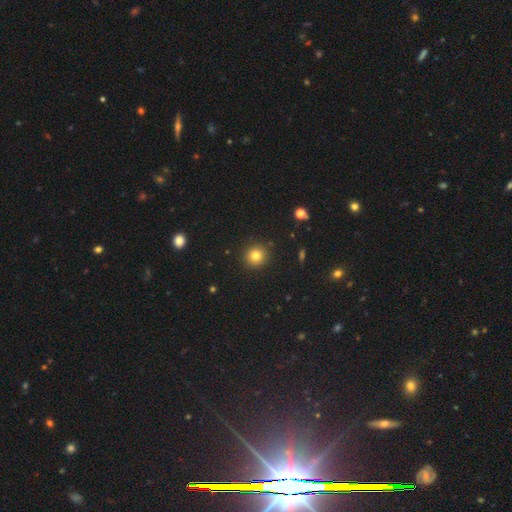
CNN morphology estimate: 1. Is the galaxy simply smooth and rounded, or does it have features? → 80% smooth, 13% star or artifact, 7% featured or disk.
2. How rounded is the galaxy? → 94% round, 5% in between, 1% cigar-shaped.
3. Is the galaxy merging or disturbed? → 92% none, 5% minor disturbance, 2% major disturbance, 1% merger.